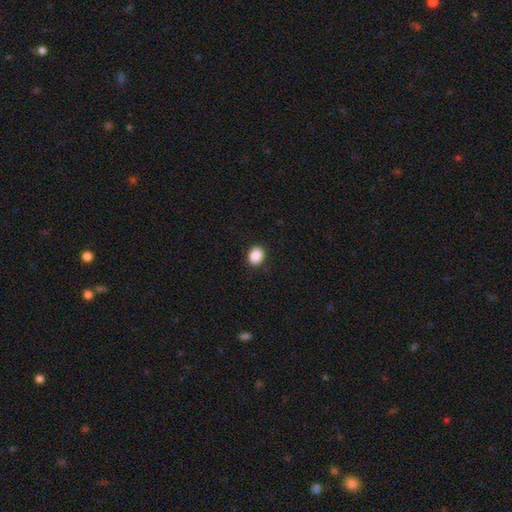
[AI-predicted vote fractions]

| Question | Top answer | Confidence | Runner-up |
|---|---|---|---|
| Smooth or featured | smooth | 89% | star or artifact (8%) |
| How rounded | round | 52% | in between (47%) |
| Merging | none | 90% | minor disturbance (7%) |